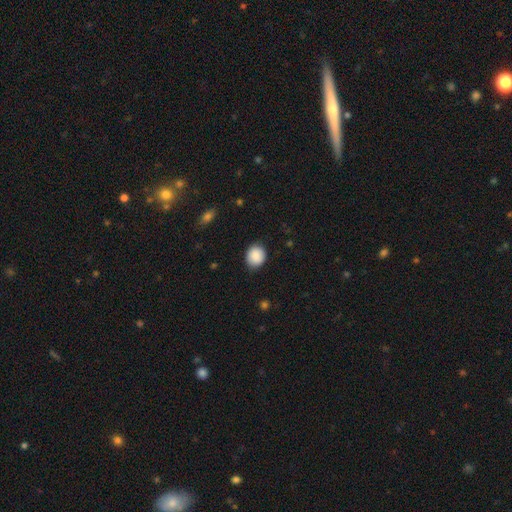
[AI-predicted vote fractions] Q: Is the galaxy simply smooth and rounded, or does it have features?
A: smooth — 89%.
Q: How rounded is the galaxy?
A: round — 70%.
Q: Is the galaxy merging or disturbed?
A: none — 86%.